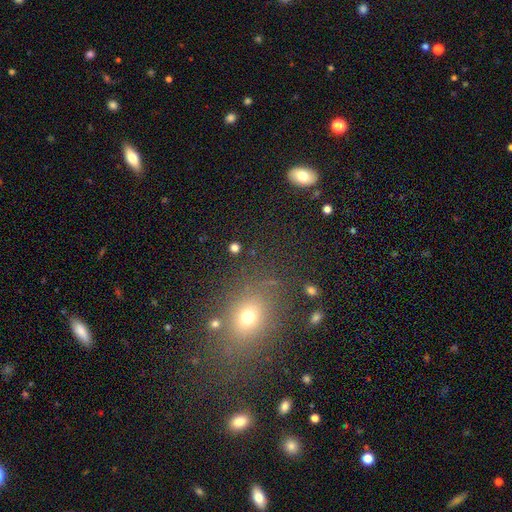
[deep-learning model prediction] smooth 57%, star or artifact 31%, featured or disk 12%. Down the decision tree: how rounded — in between (56%); merging — none (81%).